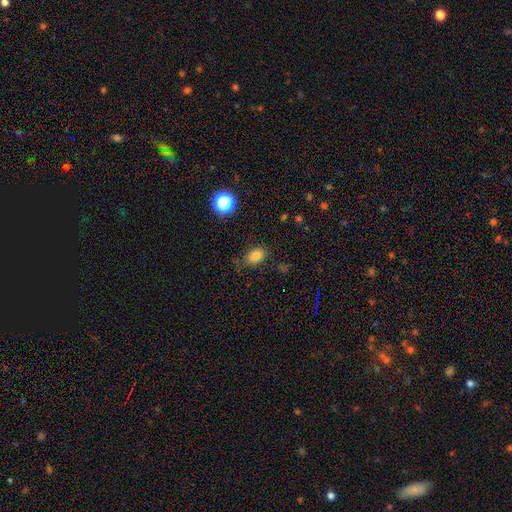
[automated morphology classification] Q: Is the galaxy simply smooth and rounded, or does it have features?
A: smooth — 81%.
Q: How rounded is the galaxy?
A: in between — 79%.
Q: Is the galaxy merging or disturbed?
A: none — 76%.